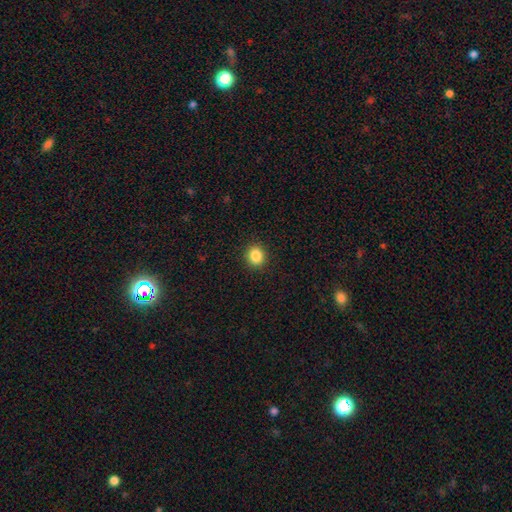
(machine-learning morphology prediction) Q: Smooth or featured?
A: smooth (86%); runner-up: star or artifact (10%)
Q: How rounded?
A: round (79%); runner-up: in between (20%)
Q: Merging?
A: none (91%); runner-up: minor disturbance (6%)